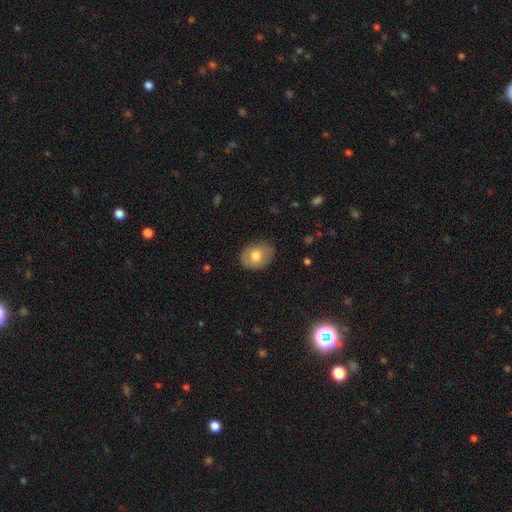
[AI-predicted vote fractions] smooth 73%, featured or disk 20%, star or artifact 7%. Down the decision tree: how rounded — in between (64%); merging — none (83%).